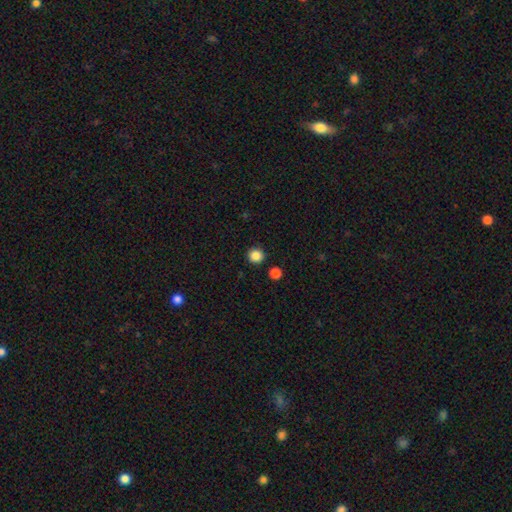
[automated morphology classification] Smooth or featured? smooth (86%)
How rounded? round (94%)
Merging? none (91%)